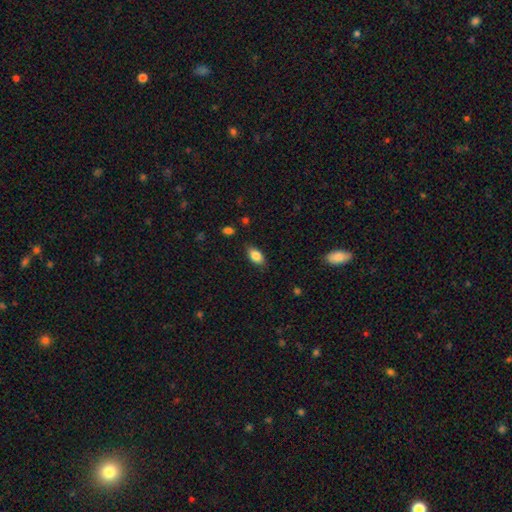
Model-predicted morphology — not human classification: A smooth galaxy with no disk features (85%) that is in between round and cigar-shaped (90%).

Vote fractions:
- Smooth or featured? smooth: 85% / star or artifact: 8% / featured or disk: 7%
- How rounded? in between: 90% / round: 7% / cigar-shaped: 4%
- Merging? none: 83% / minor disturbance: 13% / major disturbance: 3% / merger: 1%